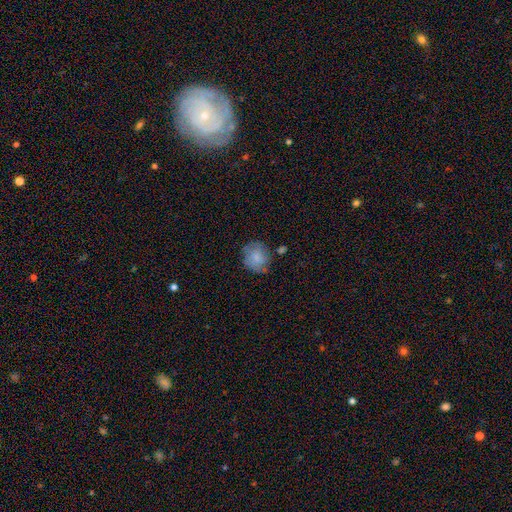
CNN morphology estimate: Smooth or featured?
  - smooth: 76% *
  - featured or disk: 16%
  - star or artifact: 8%
How rounded?
  - round: 84% *
  - in between: 15%
  - cigar-shaped: 1%
Merging?
  - none: 68% *
  - minor disturbance: 21%
  - major disturbance: 6%
  - merger: 5%